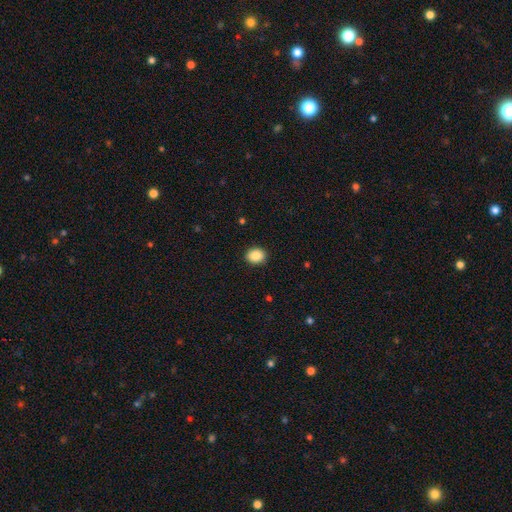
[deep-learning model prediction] smooth-or-featured: smooth: 89% | star or artifact: 8% | featured or disk: 3%
  how-rounded: round: 58% | in between: 41% | cigar-shaped: 1%
  merging: none: 90% | minor disturbance: 7% | major disturbance: 2% | merger: 1%